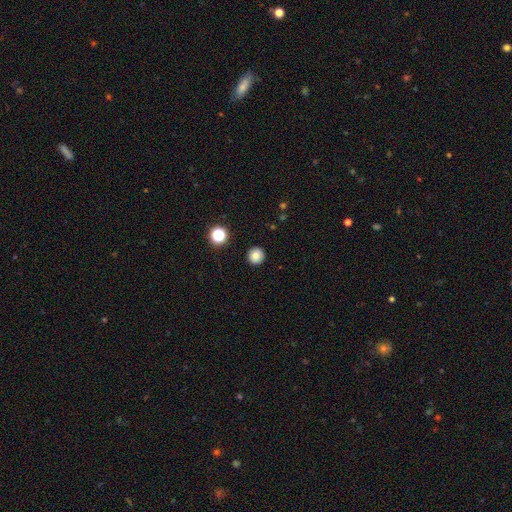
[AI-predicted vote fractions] Smooth or featured: smooth — 83% (star or artifact — 11%)
How rounded: round — 95% (in between — 4%)
Merging: none — 92% (minor disturbance — 5%)